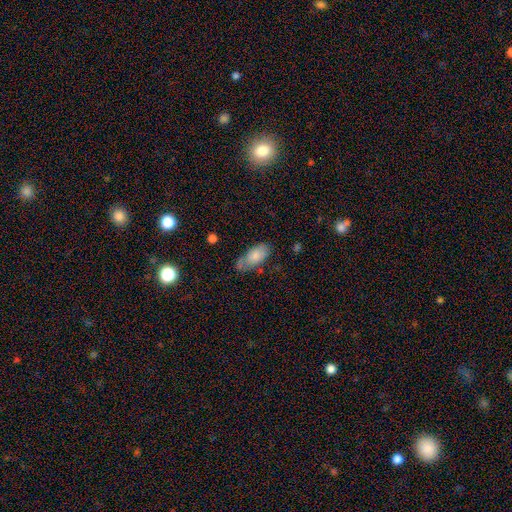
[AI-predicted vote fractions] smooth_or_featured: smooth (p=0.75) [alt: featured or disk p=0.18]
how_rounded: in between (p=0.90) [alt: cigar-shaped p=0.07]
merging: none (p=0.57) [alt: minor disturbance p=0.29]